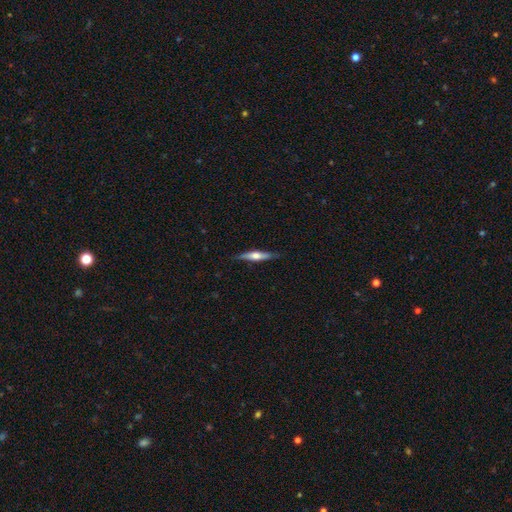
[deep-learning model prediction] A featured or disk galaxy (59%) viewed edge-on (96%) with a rounded central bulge (86%). Merging: none (84%).